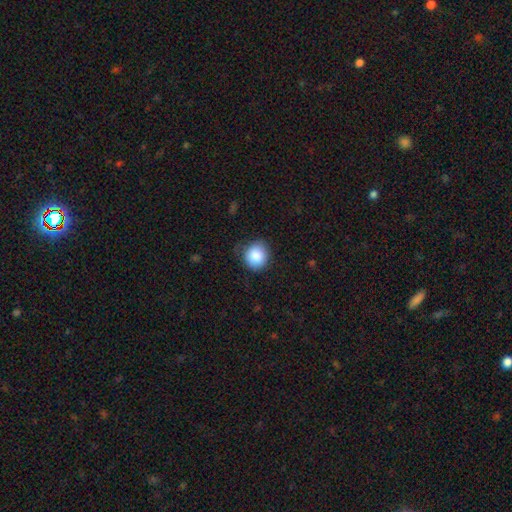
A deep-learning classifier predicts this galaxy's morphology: Overall: smooth (87%). How rounded: round (85%). Merging: none (75%).